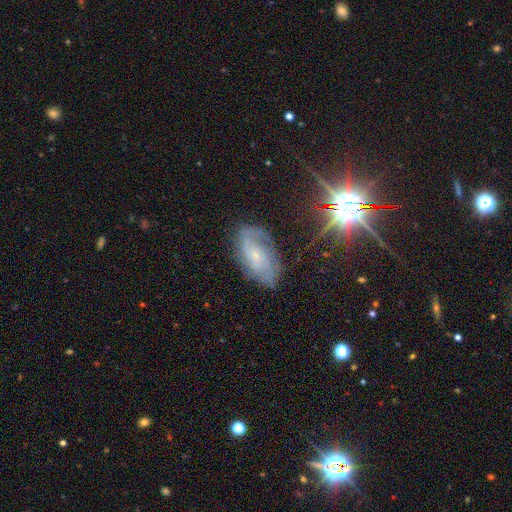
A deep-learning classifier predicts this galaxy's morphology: Overall: featured or disk (69%). Edge-on disk: no (94%). Bar: no (63%; weak 30%). Spiral arms: yes (90%). Spiral arm count: 2 (38%; can't tell 36%). Spiral winding: tight (42%; medium 39%). Bulge size: small (77%). Merging: none (69%).